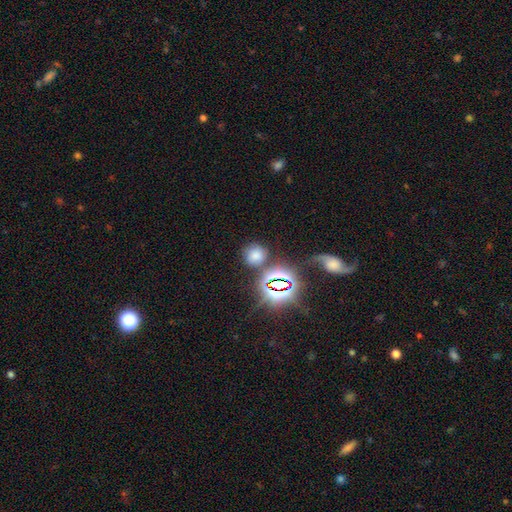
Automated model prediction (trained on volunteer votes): This appears to be a smooth galaxy with no disk features (62%) that is round (83%). Merging: none (70%).